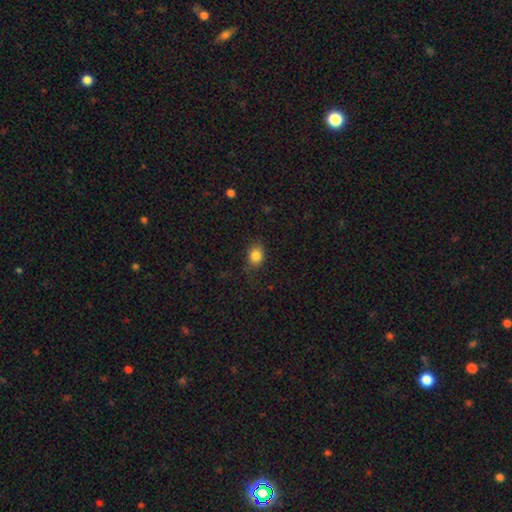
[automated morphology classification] smooth 84%, star or artifact 11%, featured or disk 6%. Down the decision tree: how rounded — round (55%); merging — none (75%).